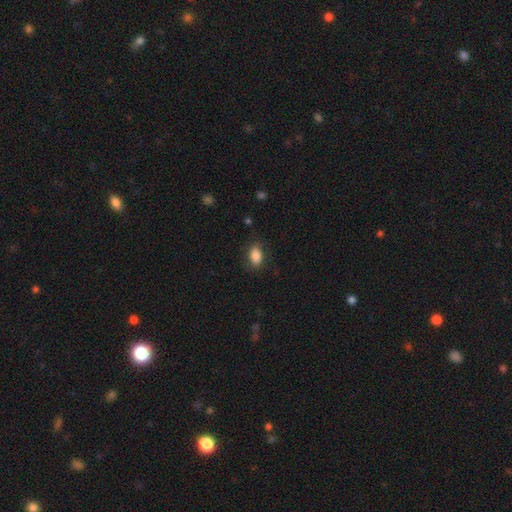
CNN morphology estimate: The model was most divided on "merging": none: 79%, minor disturbance: 15%, major disturbance: 4%, merger: 1%. More confident: how rounded — in between (87%); smooth or featured — smooth (85%).